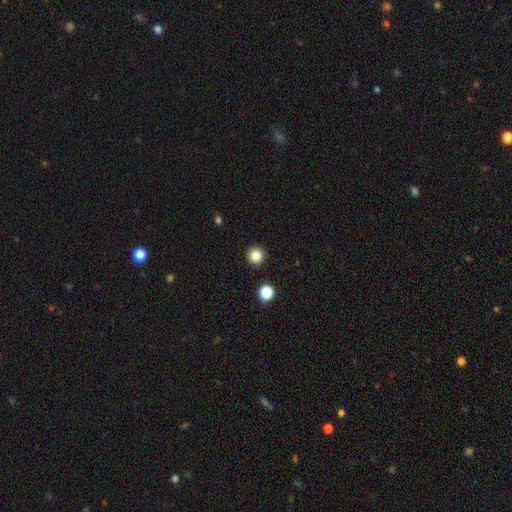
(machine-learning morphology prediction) Smooth or featured: smooth — 84% (star or artifact — 11%)
How rounded: round — 95% (in between — 4%)
Merging: none — 92% (minor disturbance — 5%)